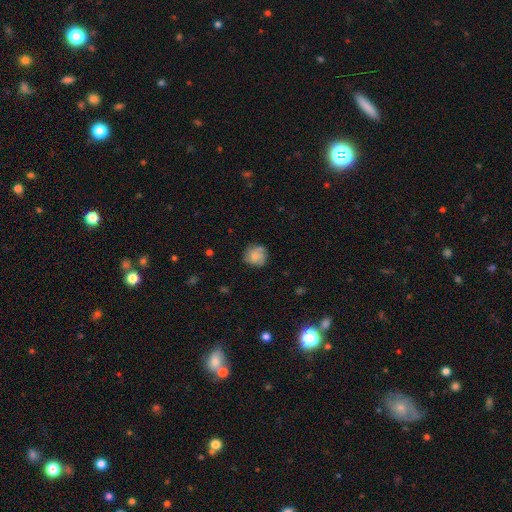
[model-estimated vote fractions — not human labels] Morphology: type=smooth (61%); roundness=round (84%); merging=none (72%).